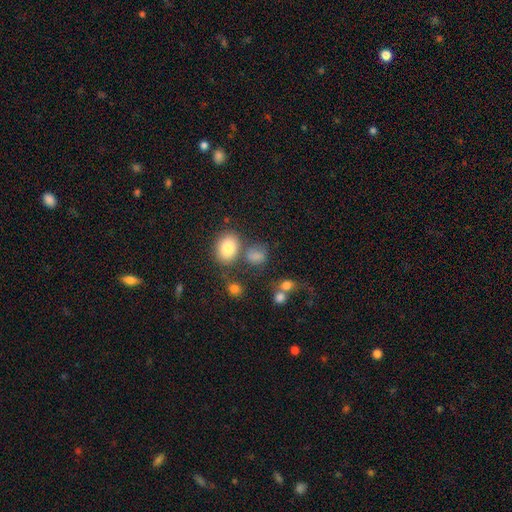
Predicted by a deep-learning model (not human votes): This is likely a smooth galaxy (79%). How rounded: possibly round (53%). Merging: possibly none (56%).